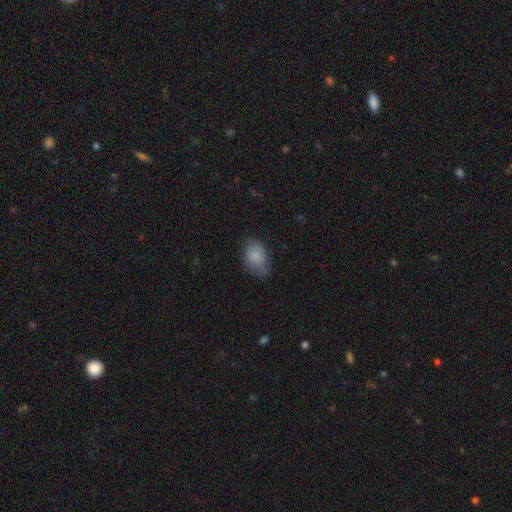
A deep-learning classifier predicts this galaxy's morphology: Smooth or featured: smooth — 82% (featured or disk — 10%)
How rounded: in between — 84% (round — 14%)
Merging: none — 57% (minor disturbance — 32%)